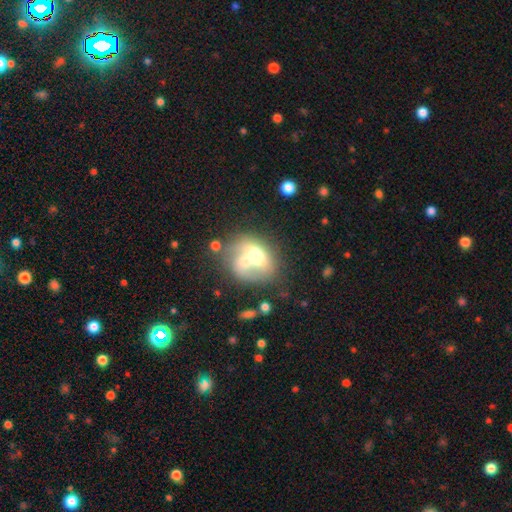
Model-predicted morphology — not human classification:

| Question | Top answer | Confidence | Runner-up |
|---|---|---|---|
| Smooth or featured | smooth | 55% | featured or disk (36%) |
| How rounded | in between | 51% | round (47%) |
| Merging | merger | 61% | none (21%) |